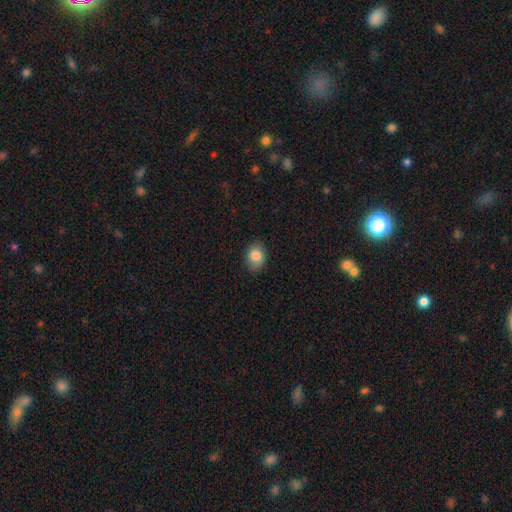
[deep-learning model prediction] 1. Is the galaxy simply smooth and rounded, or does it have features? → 84% smooth, 8% star or artifact, 8% featured or disk.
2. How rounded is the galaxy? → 65% in between, 34% round, 1% cigar-shaped.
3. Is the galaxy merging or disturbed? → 82% none, 15% minor disturbance, 3% major disturbance, 1% merger.